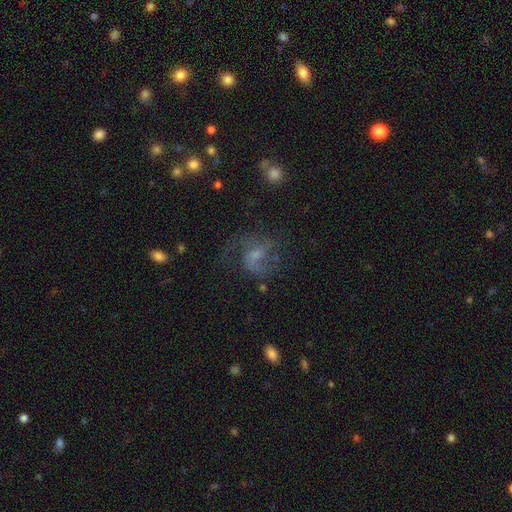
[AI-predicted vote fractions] This is likely a featured or disk galaxy (67%). It is clearly not viewed edge-on (98%). Bar: possibly no (49%). Spiral arm pattern: clearly yes (86%). Spiral arm count: possibly 2 (55%). Spiral winding: marginally medium (45%). Central bulge: possibly small (51%). Merging: possibly none (49%).